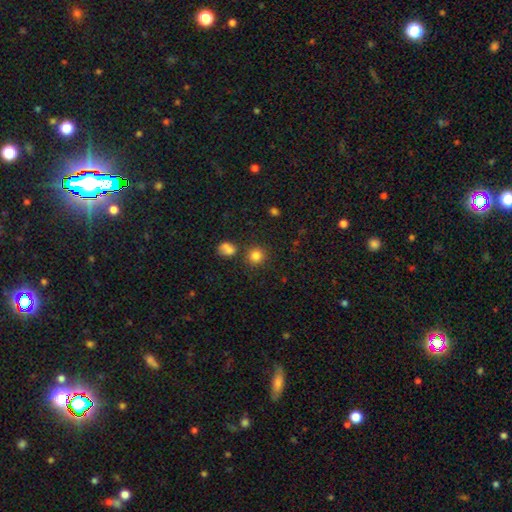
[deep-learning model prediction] Smooth or featured?
  - smooth: 82% *
  - star or artifact: 13%
  - featured or disk: 5%
How rounded?
  - round: 92% *
  - in between: 7%
  - cigar-shaped: 1%
Merging?
  - none: 80% *
  - merger: 9%
  - minor disturbance: 8%
  - major disturbance: 3%